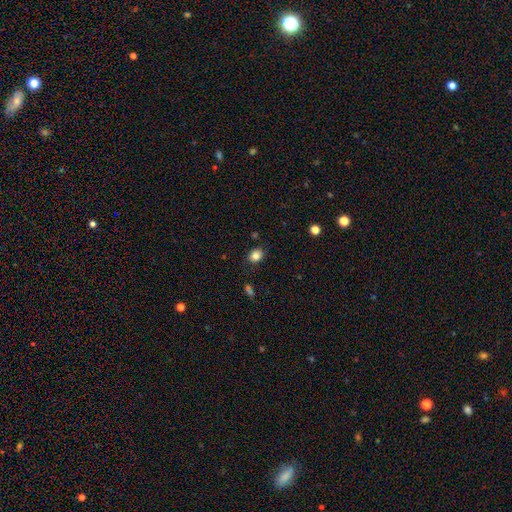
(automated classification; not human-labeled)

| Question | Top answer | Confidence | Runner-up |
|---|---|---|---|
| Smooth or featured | smooth | 83% | star or artifact (11%) |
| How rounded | round | 55% | in between (44%) |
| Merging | none | 82% | minor disturbance (13%) |